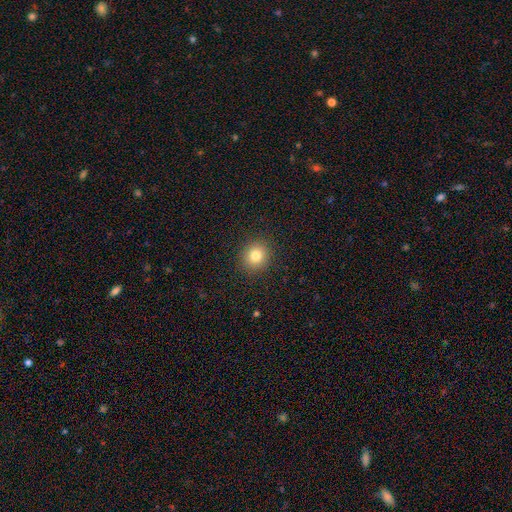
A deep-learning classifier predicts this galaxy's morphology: Smooth or featured? smooth (80%)
How rounded? round (88%)
Merging? none (91%)